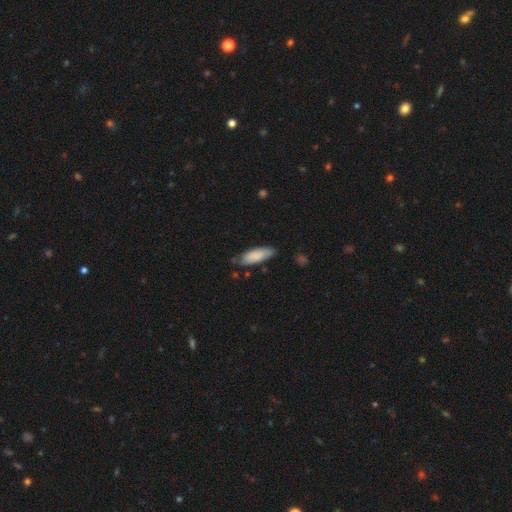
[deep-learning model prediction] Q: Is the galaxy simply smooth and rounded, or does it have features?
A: smooth — 83%.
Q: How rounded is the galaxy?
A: in between — 59%.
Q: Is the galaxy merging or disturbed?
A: none — 69%.